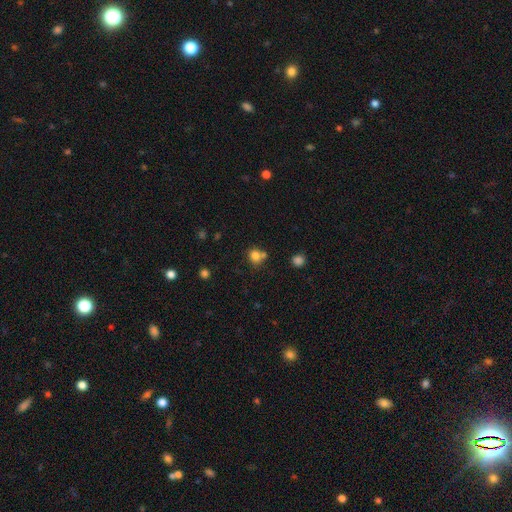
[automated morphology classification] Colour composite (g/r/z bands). It shows a smooth galaxy with no disk features (80%) that is round (79%). Merging: none (57%).